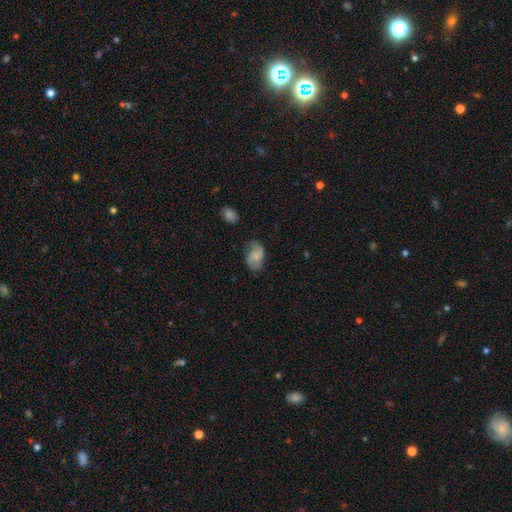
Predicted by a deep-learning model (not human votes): The model was most divided on "smooth or featured": smooth: 52%, featured or disk: 40%, star or artifact: 8%. More confident: how rounded — in between (88%); merging — none (58%).